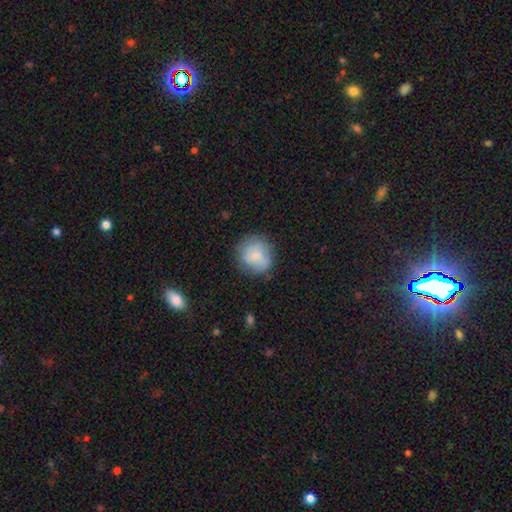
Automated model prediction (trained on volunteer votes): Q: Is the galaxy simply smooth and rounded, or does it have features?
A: smooth — 71%.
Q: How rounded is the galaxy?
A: round — 85%.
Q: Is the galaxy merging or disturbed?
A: none — 74%.